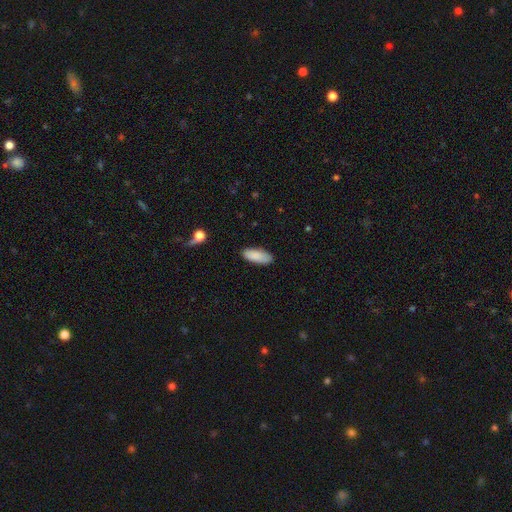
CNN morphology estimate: A smooth galaxy with no disk features (88%) that is in between round and cigar-shaped (79%). Merging: none (84%).